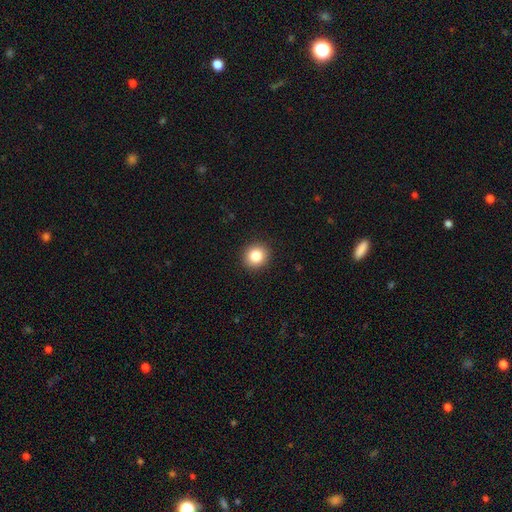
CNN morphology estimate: type=smooth (85%); roundness=round (88%); merging=none (92%).